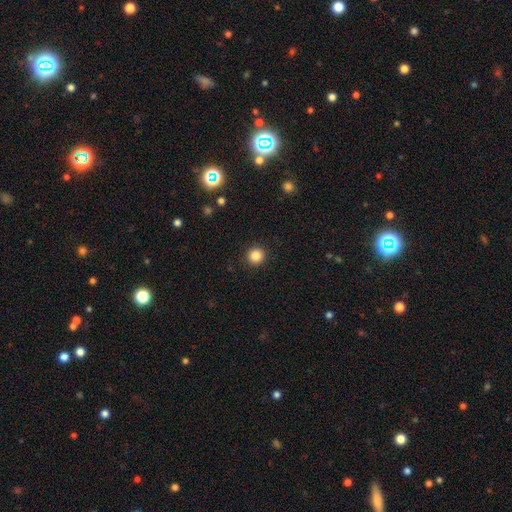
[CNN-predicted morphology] This appears to be a smooth galaxy with no disk features (85%) that is round (93%). Merging: none (92%).